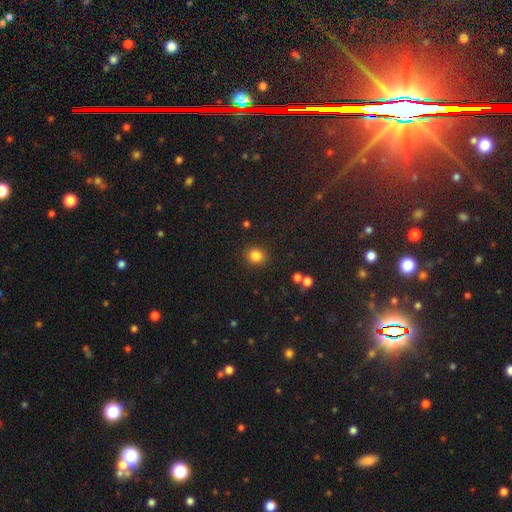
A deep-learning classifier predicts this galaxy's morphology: Smooth or featured: smooth — 84% (star or artifact — 11%)
How rounded: round — 70% (in between — 29%)
Merging: none — 88% (minor disturbance — 7%)